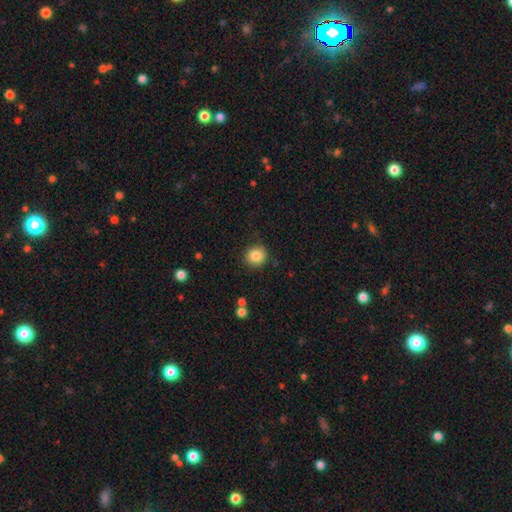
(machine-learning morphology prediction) smooth-or-featured: smooth: 85% | star or artifact: 10% | featured or disk: 5%
  how-rounded: round: 88% | in between: 11% | cigar-shaped: 1%
  merging: none: 87% | minor disturbance: 9% | major disturbance: 3% | merger: 2%